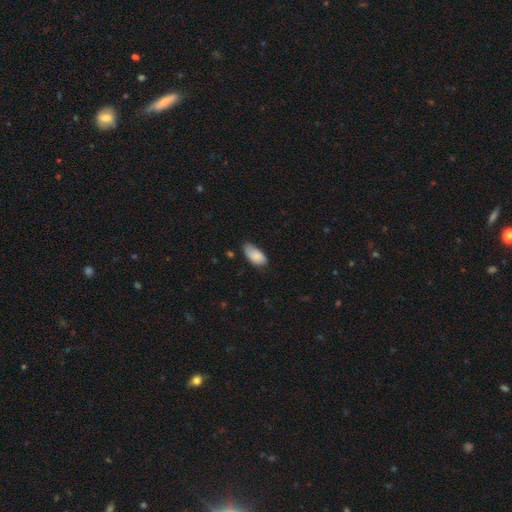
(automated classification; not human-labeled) Smooth or featured?
  - smooth: 83% *
  - featured or disk: 11%
  - star or artifact: 6%
How rounded?
  - in between: 94% *
  - round: 3%
  - cigar-shaped: 3%
Merging?
  - none: 54% *
  - minor disturbance: 37%
  - major disturbance: 7%
  - merger: 2%